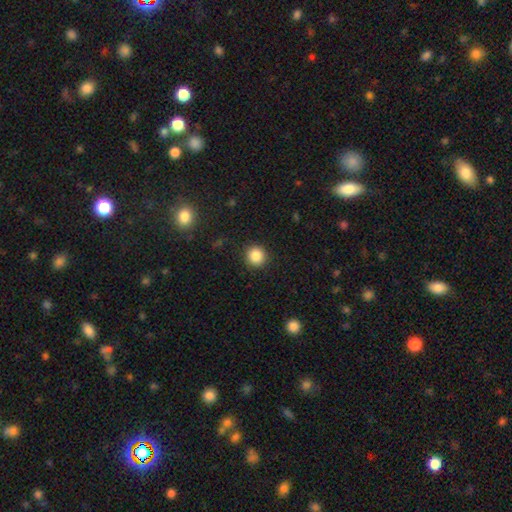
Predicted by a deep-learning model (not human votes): smooth-or-featured: smooth: 86% | star or artifact: 10% | featured or disk: 4%
  how-rounded: round: 93% | in between: 6% | cigar-shaped: 1%
  merging: none: 90% | minor disturbance: 7% | major disturbance: 2% | merger: 1%